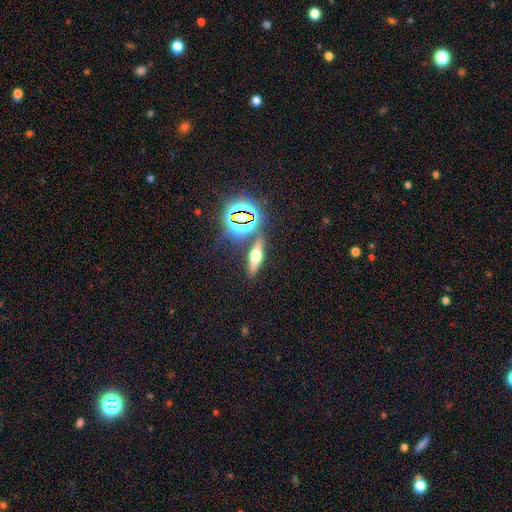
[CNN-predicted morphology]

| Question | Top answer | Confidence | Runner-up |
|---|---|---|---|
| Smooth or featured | featured or disk | 46% | smooth (31%) |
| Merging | none | 81% | minor disturbance (9%) |